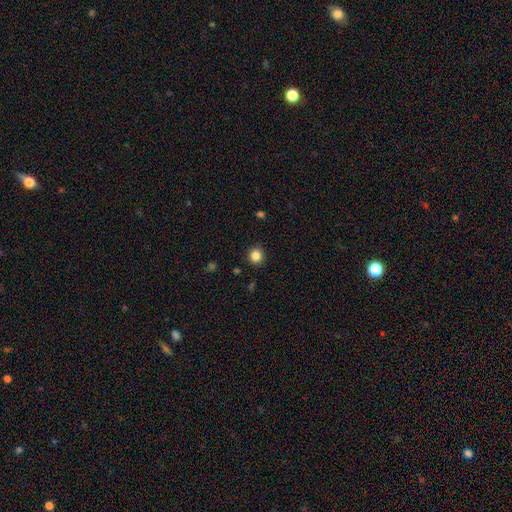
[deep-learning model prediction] A smooth galaxy with no disk features (85%) that is round (88%).

Vote fractions:
- Smooth or featured? smooth: 85% / star or artifact: 11% / featured or disk: 4%
- How rounded? round: 88% / in between: 11% / cigar-shaped: 1%
- Merging? none: 90% / minor disturbance: 7% / major disturbance: 2% / merger: 1%